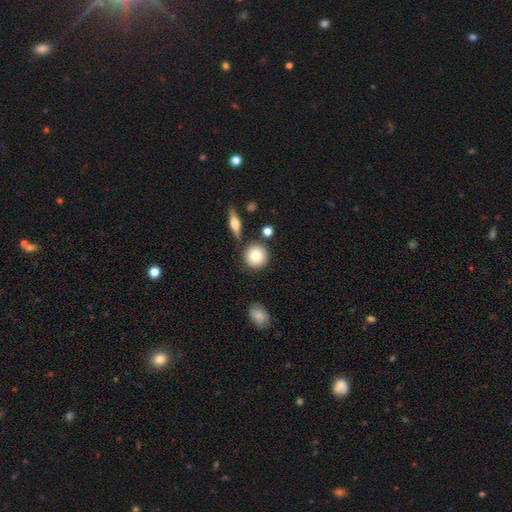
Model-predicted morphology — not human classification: Smooth or featured? smooth (84%)
How rounded? round (90%)
Merging? none (81%)